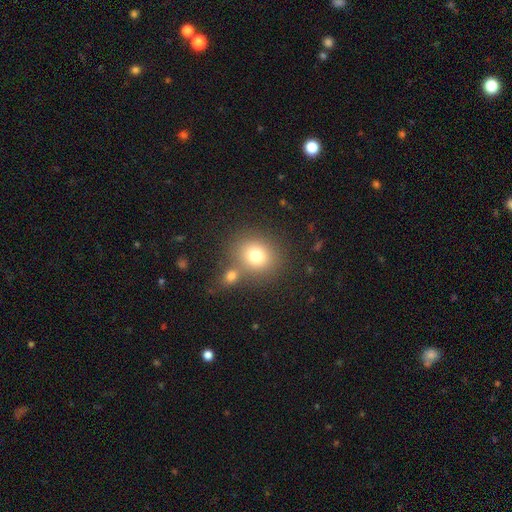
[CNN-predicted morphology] This appears to be a smooth galaxy with no disk features (76%) that is round (78%). Merging: none (62%).